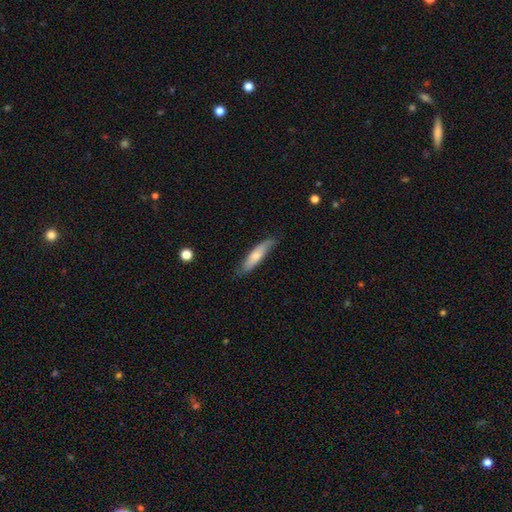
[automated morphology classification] A smooth galaxy with no disk features (68%) that is cigar-shaped (75%). Merging: none (76%).